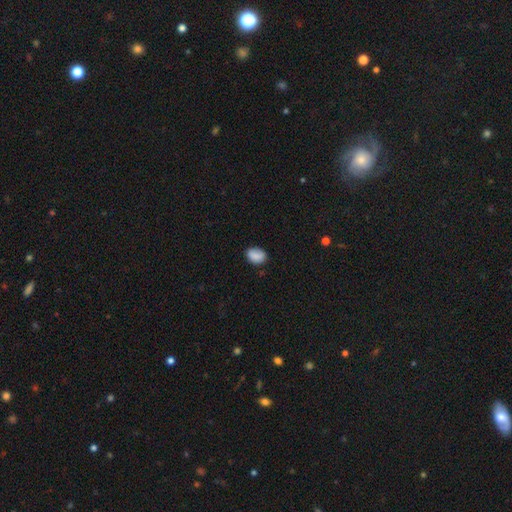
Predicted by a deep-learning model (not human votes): smooth-or-featured: smooth: 87% | star or artifact: 8% | featured or disk: 6%
  how-rounded: in between: 72% | round: 27% | cigar-shaped: 1%
  merging: none: 77% | minor disturbance: 18% | major disturbance: 3% | merger: 2%